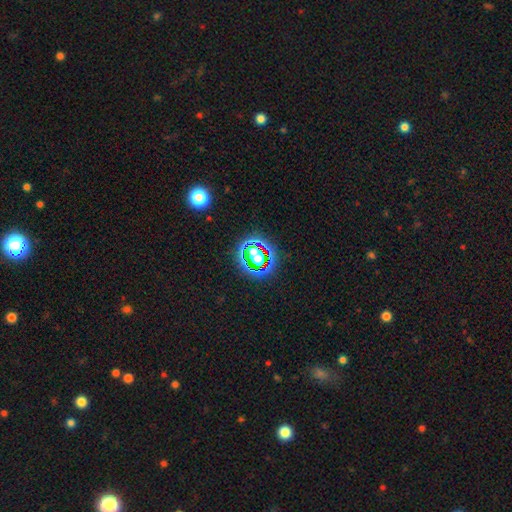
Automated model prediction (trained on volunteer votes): Smooth or featured: star or artifact — 57% (smooth — 28%)